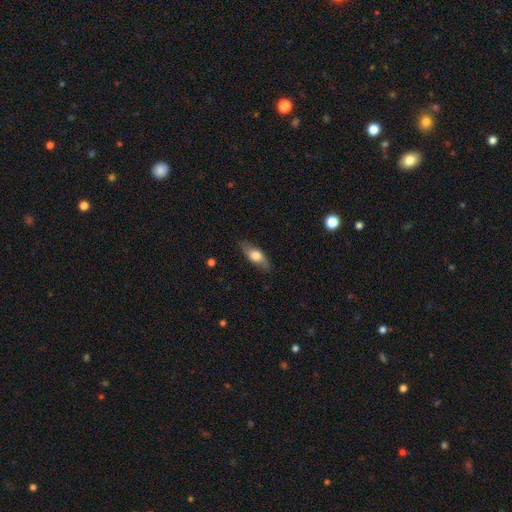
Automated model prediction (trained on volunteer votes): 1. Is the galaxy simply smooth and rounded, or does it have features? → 60% smooth, 34% featured or disk, 6% star or artifact.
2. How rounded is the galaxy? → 70% in between, 25% cigar-shaped, 5% round.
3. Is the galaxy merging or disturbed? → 81% none, 14% minor disturbance, 3% major disturbance, 1% merger.